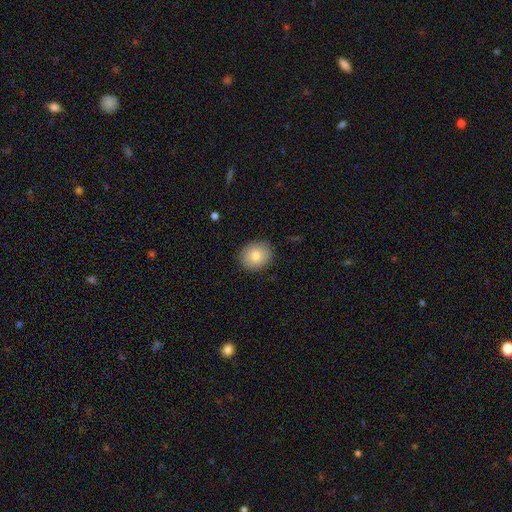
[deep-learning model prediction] Overall: smooth (81%). How rounded: round (68%; in between 32%). Merging: none (89%).